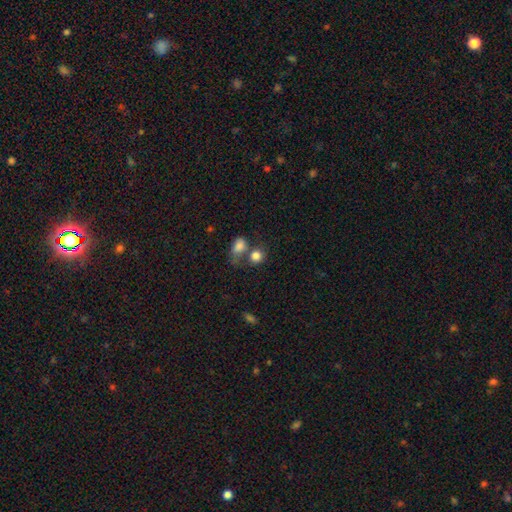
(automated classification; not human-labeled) A smooth galaxy with no disk features (82%) that is round (72%).

Vote fractions:
- Smooth or featured? smooth: 82% / star or artifact: 10% / featured or disk: 8%
- How rounded? round: 72% / in between: 27% / cigar-shaped: 1%
- Merging? merger: 43% / none: 40% / minor disturbance: 11% / major disturbance: 7%